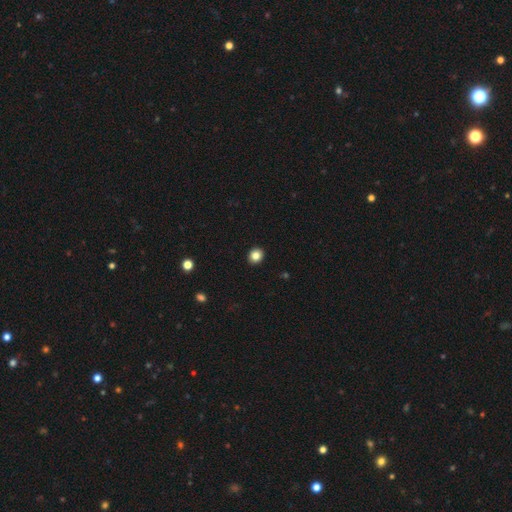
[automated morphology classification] Smooth or featured: smooth — 84% (star or artifact — 10%)
How rounded: round — 78% (in between — 21%)
Merging: none — 93% (minor disturbance — 5%)